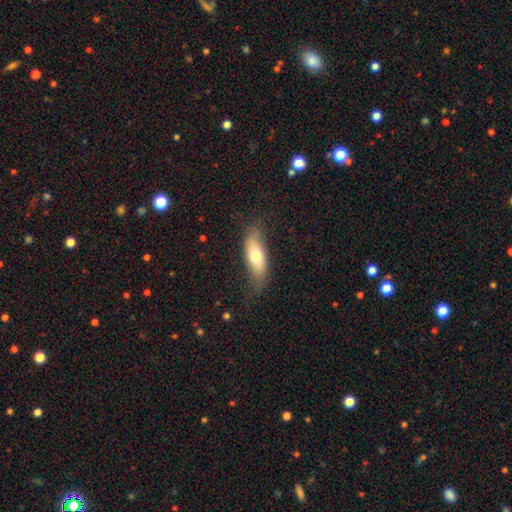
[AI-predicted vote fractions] smooth-or-featured: smooth: 66% | featured or disk: 28% | star or artifact: 6%
  how-rounded: in between: 69% | cigar-shaped: 27% | round: 3%
  merging: none: 65% | minor disturbance: 25% | major disturbance: 9% | merger: 1%